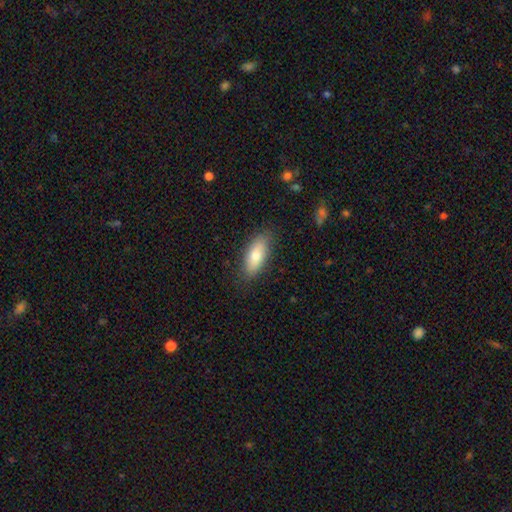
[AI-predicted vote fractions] Smooth or featured? Predicted: smooth (p=0.76). How rounded? Predicted: in between (p=0.78). Merging? Predicted: none (p=0.84).